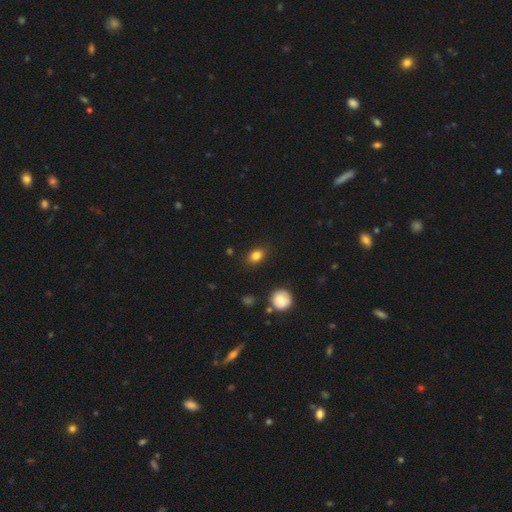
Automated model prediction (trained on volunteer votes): Overall: smooth (83%). How rounded: in between (61%; round 38%). Merging: none (86%).